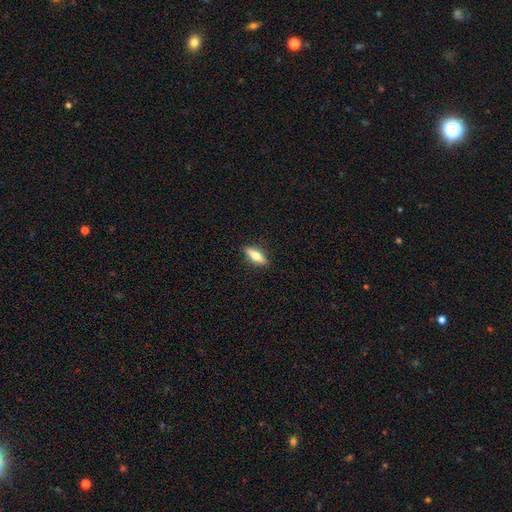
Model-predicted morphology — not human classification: Q: Smooth or featured?
A: smooth (58%); runner-up: featured or disk (35%)
Q: How rounded?
A: in between (49%); runner-up: cigar-shaped (48%)
Q: Merging?
A: none (88%); runner-up: minor disturbance (9%)